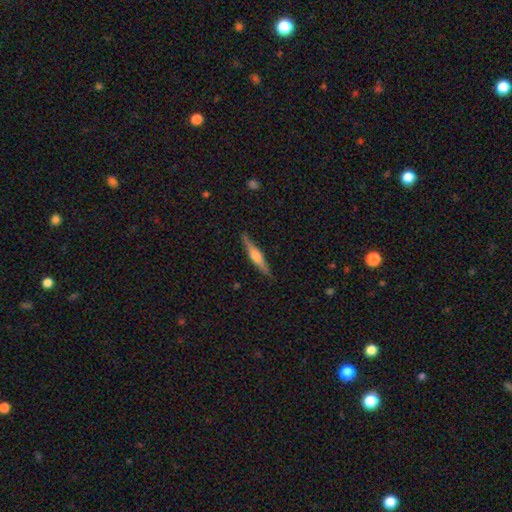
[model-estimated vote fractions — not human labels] Overall: featured or disk (63%; smooth 31%). Edge-on disk: yes (97%). Edge-on bulge: rounded (77%). Merging: none (89%).